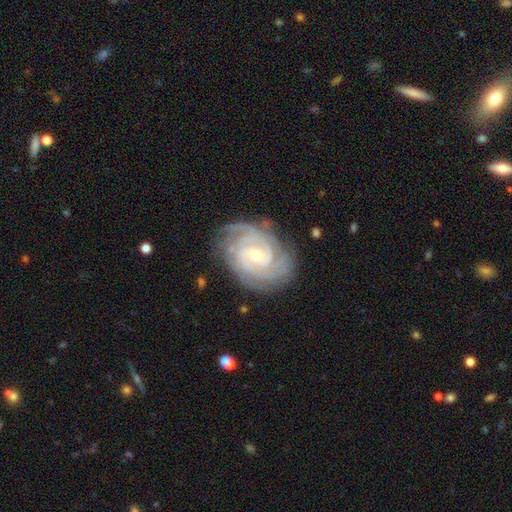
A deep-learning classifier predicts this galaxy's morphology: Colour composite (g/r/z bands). It shows a featured or disk galaxy (91%) with no bar (52%), 3 (26%) tight (77%) spiral arms (98%) and a small central bulge (58%). Merging: none (78%).